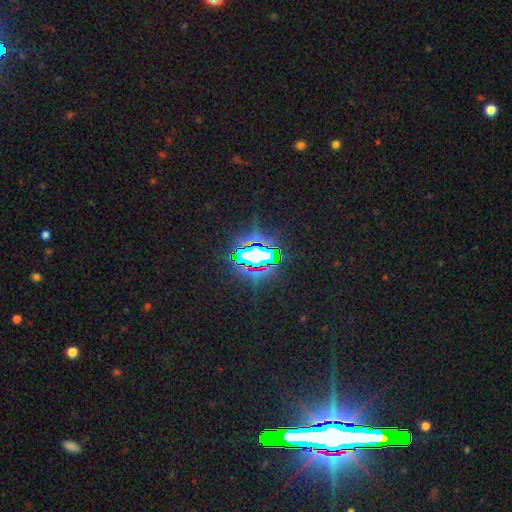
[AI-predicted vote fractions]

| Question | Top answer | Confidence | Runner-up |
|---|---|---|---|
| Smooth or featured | star or artifact | 76% | smooth (12%) |